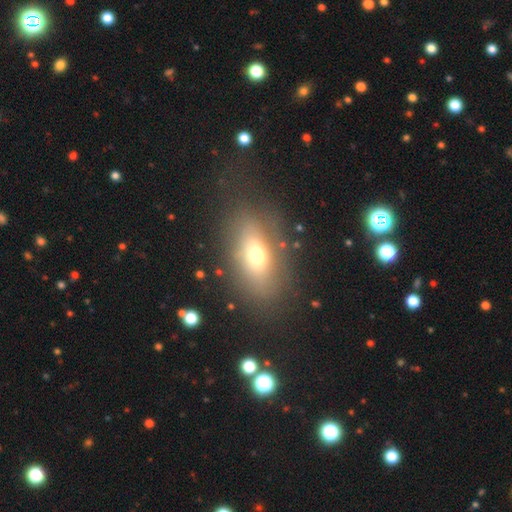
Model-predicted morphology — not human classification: The model was most divided on "smooth or featured": smooth: 64%, featured or disk: 23%, star or artifact: 13%. More confident: how rounded — in between (81%); merging — none (71%).